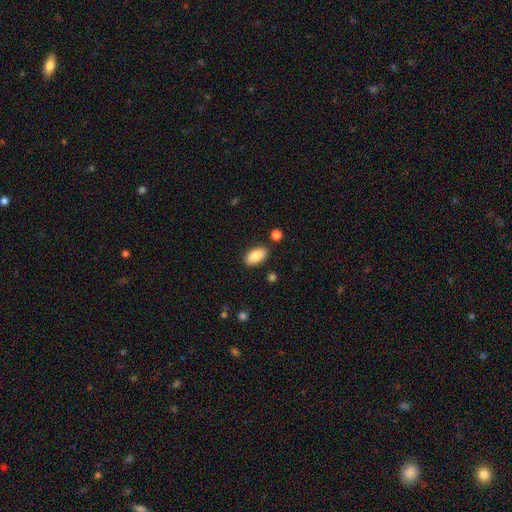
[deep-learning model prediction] Smooth or featured?
  - smooth: 88% *
  - star or artifact: 7%
  - featured or disk: 5%
How rounded?
  - in between: 92% *
  - cigar-shaped: 5%
  - round: 3%
Merging?
  - none: 85% *
  - minor disturbance: 10%
  - merger: 3%
  - major disturbance: 2%